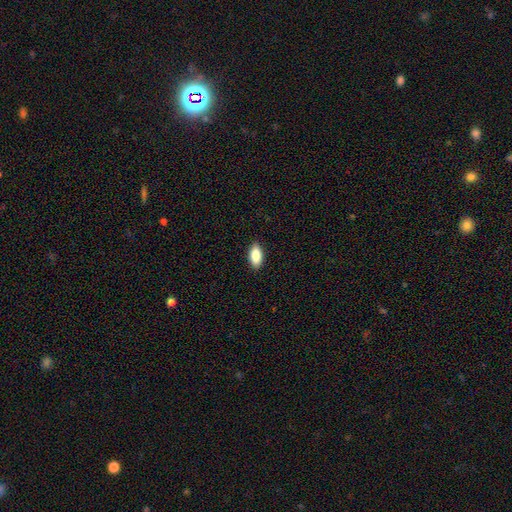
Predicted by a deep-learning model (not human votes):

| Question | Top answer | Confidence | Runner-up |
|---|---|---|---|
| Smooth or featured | smooth | 85% | featured or disk (8%) |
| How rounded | in between | 91% | cigar-shaped (6%) |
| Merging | none | 89% | minor disturbance (8%) |